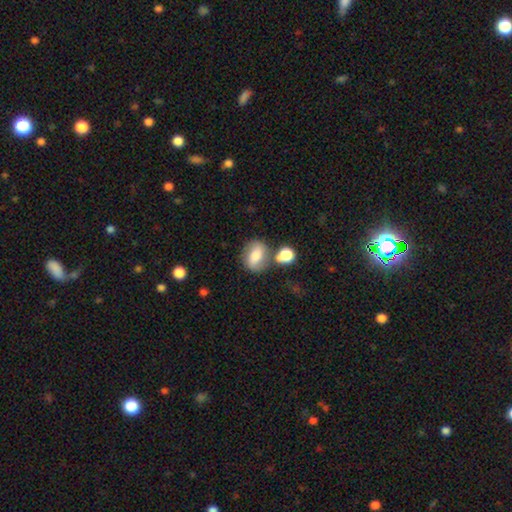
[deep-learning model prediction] smooth_or_featured: smooth (p=0.63) [alt: featured or disk p=0.28]
how_rounded: in between (p=0.61) [alt: round p=0.37]
merging: none (p=0.59) [alt: merger p=0.18]